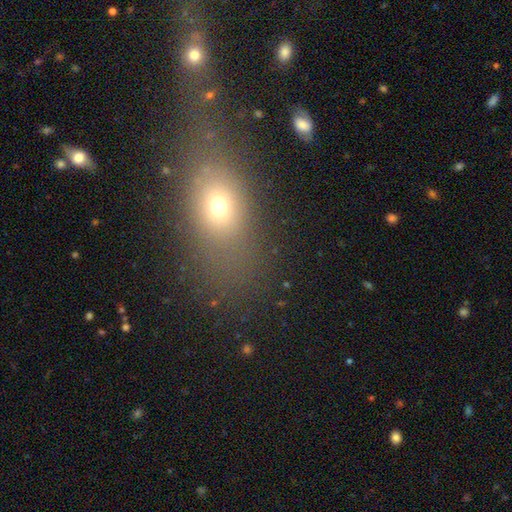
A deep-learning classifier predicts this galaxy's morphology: Smooth or featured?
  - smooth: 59% *
  - star or artifact: 26%
  - featured or disk: 15%
How rounded?
  - in between: 59% *
  - round: 33%
  - cigar-shaped: 8%
Merging?
  - none: 61% *
  - merger: 14%
  - minor disturbance: 14%
  - major disturbance: 11%